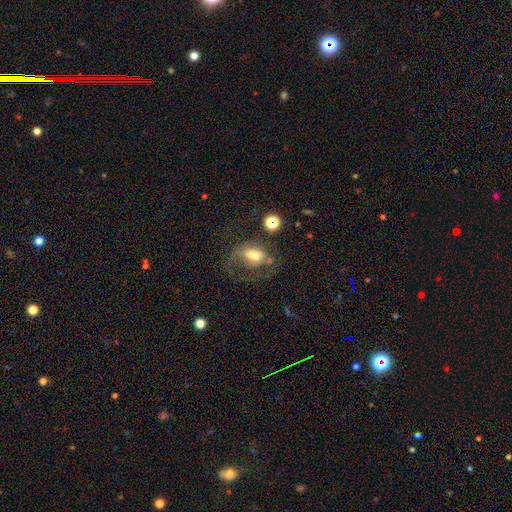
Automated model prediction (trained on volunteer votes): Morphology: type=featured or disk (46%); merging=major disturbance (44%).